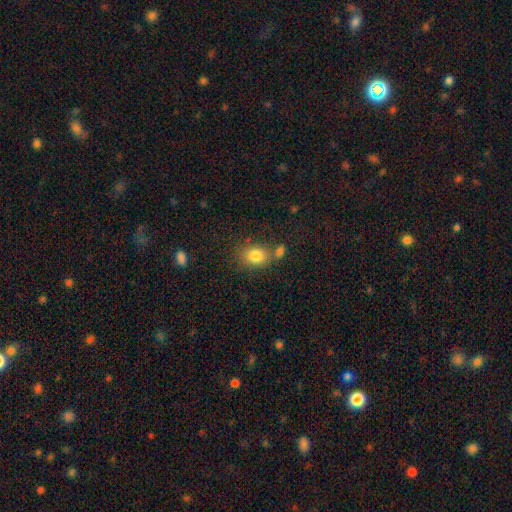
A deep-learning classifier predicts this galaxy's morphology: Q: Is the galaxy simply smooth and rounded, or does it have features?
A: smooth — 83%.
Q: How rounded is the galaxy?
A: in between — 61%.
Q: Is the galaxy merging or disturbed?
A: none — 61%.